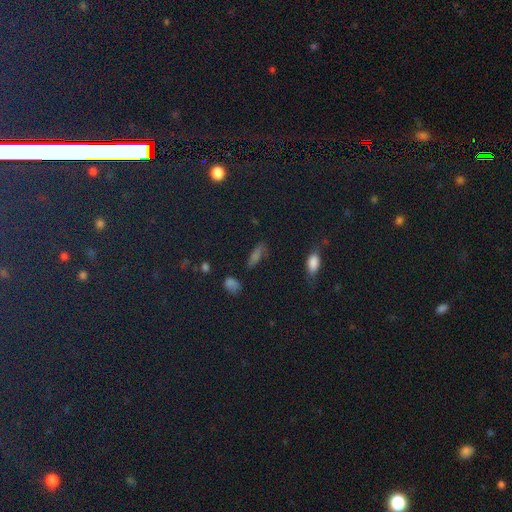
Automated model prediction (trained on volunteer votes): smooth-or-featured: star or artifact: 61% | smooth: 26% | featured or disk: 13%